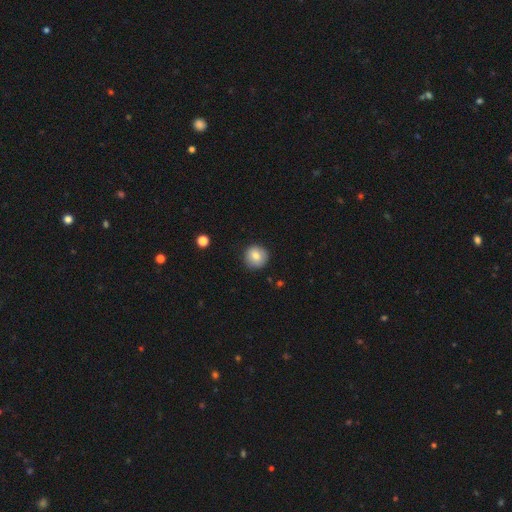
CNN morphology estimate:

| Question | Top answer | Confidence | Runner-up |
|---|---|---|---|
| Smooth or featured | smooth | 79% | featured or disk (12%) |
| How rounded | round | 94% | in between (5%) |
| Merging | none | 89% | minor disturbance (8%) |